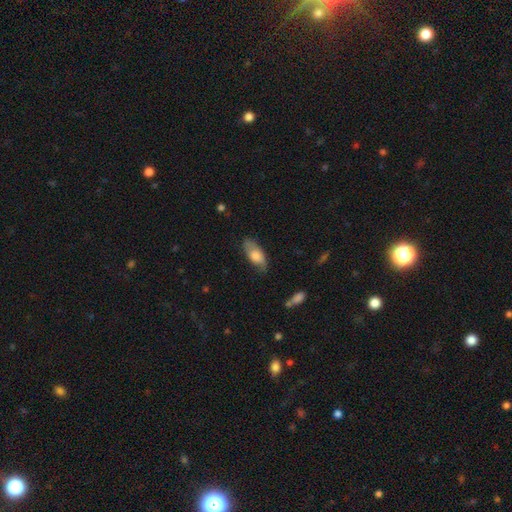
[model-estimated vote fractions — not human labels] Smooth or featured? smooth (68%)
How rounded? in between (85%)
Merging? none (65%)